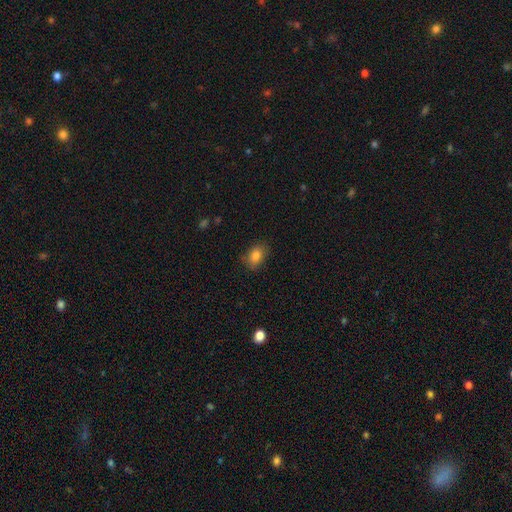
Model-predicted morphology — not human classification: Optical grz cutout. It shows a smooth galaxy with no disk features (82%) that is in between round and cigar-shaped (75%). Merging: none (82%).